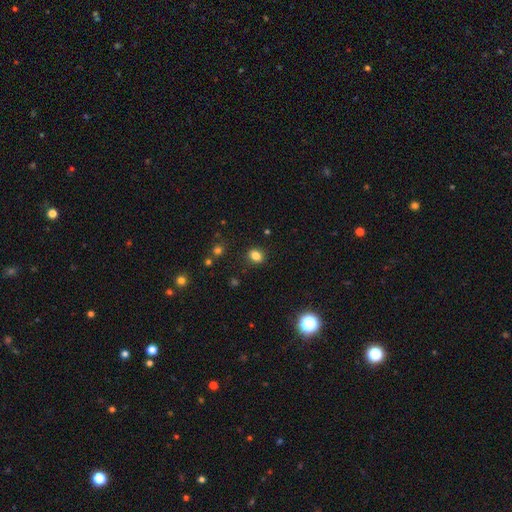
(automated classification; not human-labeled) The model was most divided on "how rounded": in between: 57%, round: 42%, cigar-shaped: 1%. More confident: merging — none (85%); smooth or featured — smooth (82%).